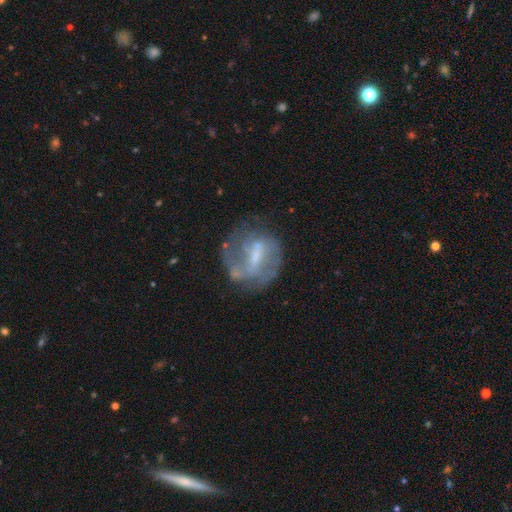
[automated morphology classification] Overall: featured or disk (74%). Edge-on disk: no (96%). Bar: weak (45%; strong 40%). Spiral arms: yes (74%). Spiral arm count: 2 (54%; can't tell 25%). Spiral winding: medium (43%; tight 31%). Bulge size: small (43%; moderate 29%). Merging: none (58%; minor disturbance 20%).